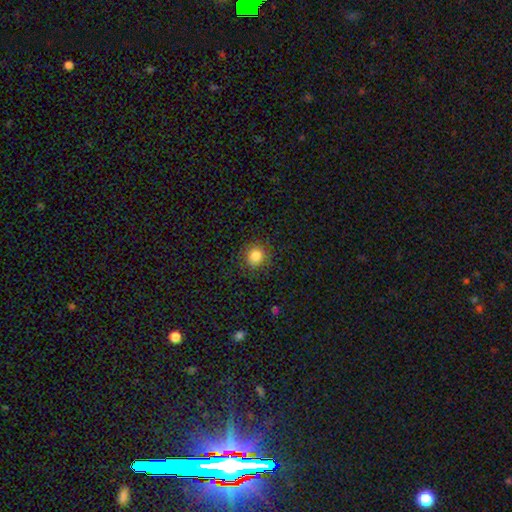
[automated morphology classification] This appears to be a smooth galaxy with no disk features (83%) that is round (88%). Merging: none (87%).